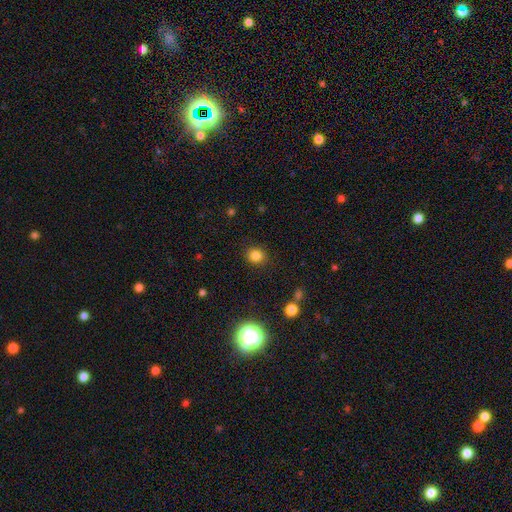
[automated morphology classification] A smooth galaxy with no disk features (83%) that is round (76%). Merging: none (89%).